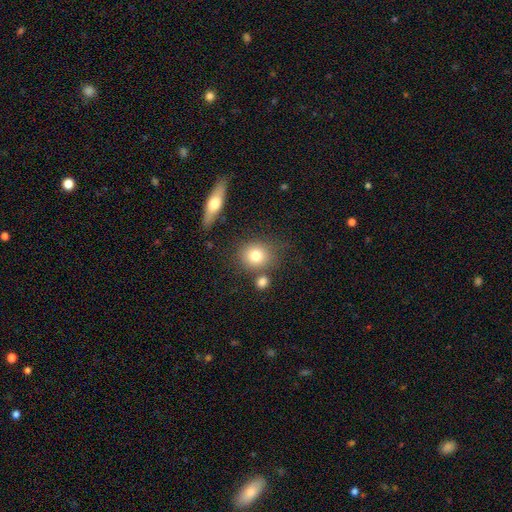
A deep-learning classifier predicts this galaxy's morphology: Smooth or featured? Predicted: smooth (p=0.78). How rounded? Predicted: round (p=0.77). Merging? Predicted: none (p=0.71).